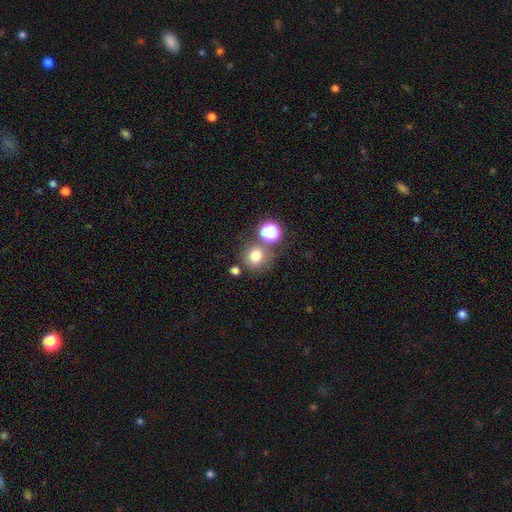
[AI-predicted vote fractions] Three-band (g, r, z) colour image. It shows a smooth galaxy with no disk features (76%) that is round (89%). Merging: none (69%).